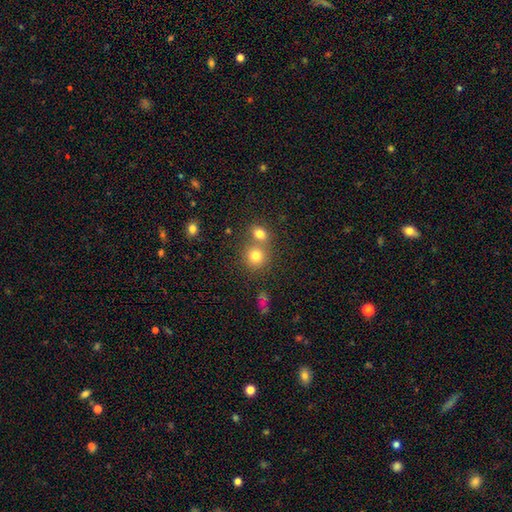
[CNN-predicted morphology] Q: Smooth or featured?
A: smooth (78%); runner-up: star or artifact (13%)
Q: How rounded?
A: round (82%); runner-up: in between (17%)
Q: Merging?
A: none (50%); runner-up: merger (40%)